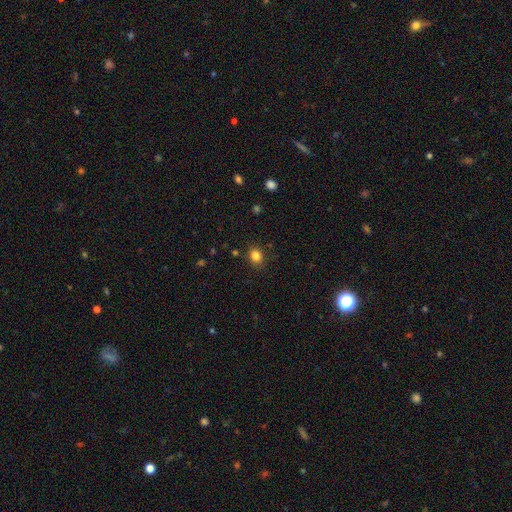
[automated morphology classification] Smooth or featured: smooth — 82% (star or artifact — 12%)
How rounded: round — 64% (in between — 35%)
Merging: none — 85% (minor disturbance — 11%)